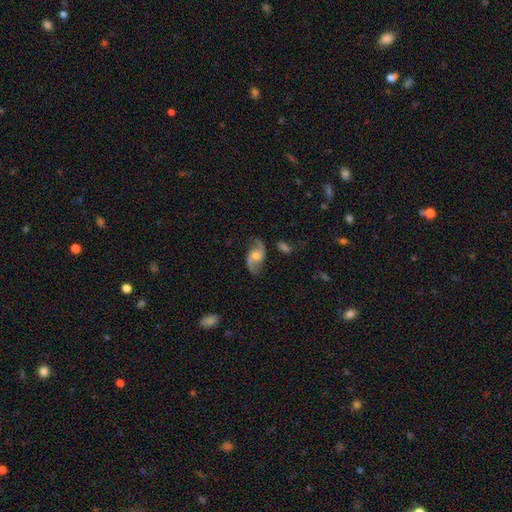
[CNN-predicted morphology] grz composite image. It shows a featured or disk galaxy (87%) with no bar (59%), 2 (93%) loose (69%) spiral arms (96%) and a moderate central bulge (58%). Merging: none (76%).